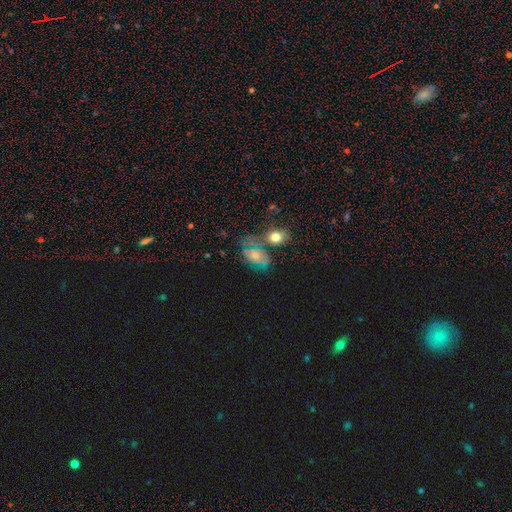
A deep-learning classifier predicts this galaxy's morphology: A featured or disk galaxy (46%).

Vote fractions:
- Smooth or featured? featured or disk: 46% / smooth: 36% / star or artifact: 17%
- Merging? none: 47% / minor disturbance: 21% / merger: 18% / major disturbance: 13%